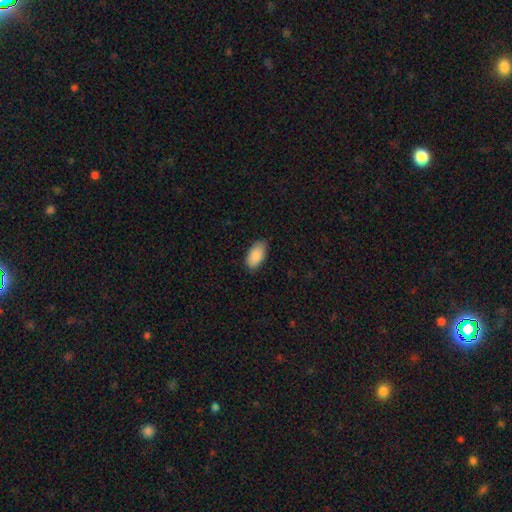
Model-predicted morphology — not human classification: Smooth or featured: smooth — 89% (star or artifact — 6%)
How rounded: in between — 95% (cigar-shaped — 3%)
Merging: none — 82% (minor disturbance — 14%)